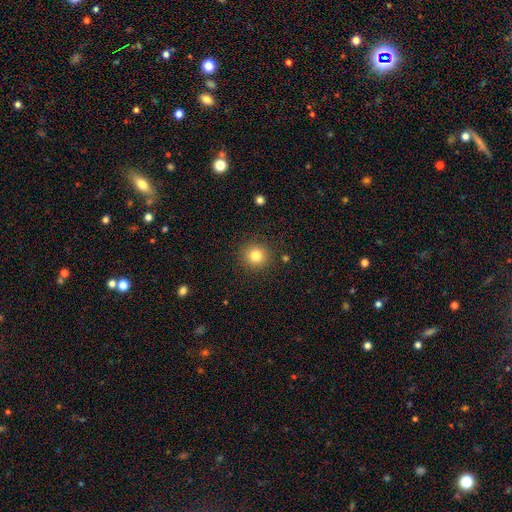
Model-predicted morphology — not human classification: Q: Smooth or featured?
A: smooth (81%); runner-up: star or artifact (12%)
Q: How rounded?
A: round (93%); runner-up: in between (6%)
Q: Merging?
A: none (90%); runner-up: minor disturbance (7%)